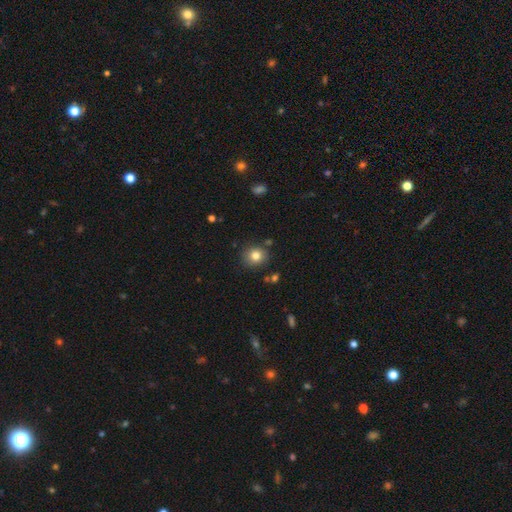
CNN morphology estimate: smooth 81%, star or artifact 11%, featured or disk 8%. Down the decision tree: how rounded — round (84%); merging — none (83%).